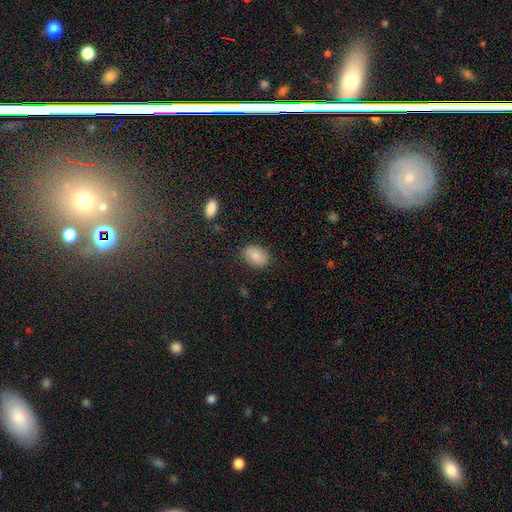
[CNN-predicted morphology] Smooth or featured? Predicted: smooth (p=0.84). How rounded? Predicted: in between (p=0.83). Merging? Predicted: none (p=0.85).